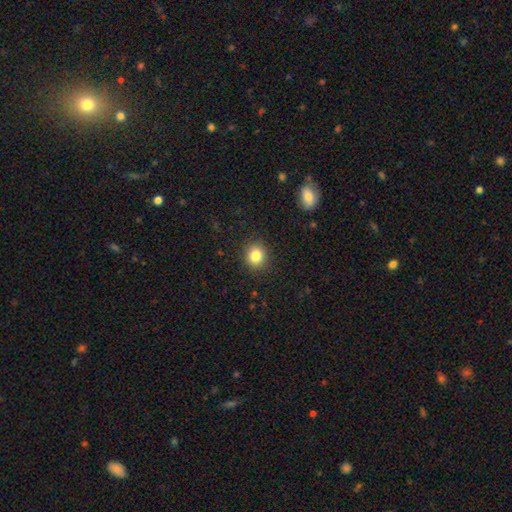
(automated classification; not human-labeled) smooth_or_featured: smooth (p=0.83) [alt: star or artifact p=0.11]
how_rounded: round (p=0.82) [alt: in between p=0.17]
merging: none (p=0.90) [alt: minor disturbance p=0.07]